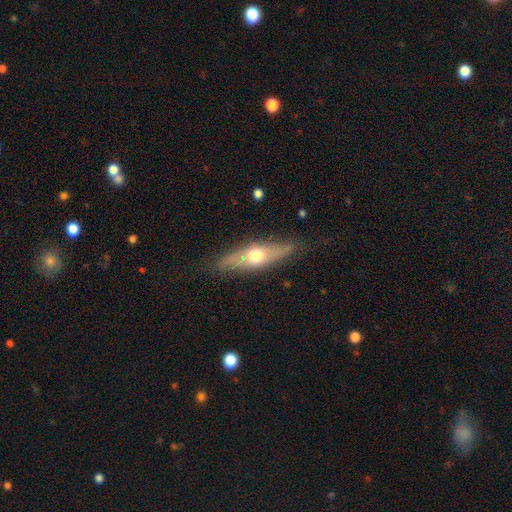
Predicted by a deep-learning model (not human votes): A featured or disk galaxy (51%) viewed edge-on (78%). Merging: none (82%).